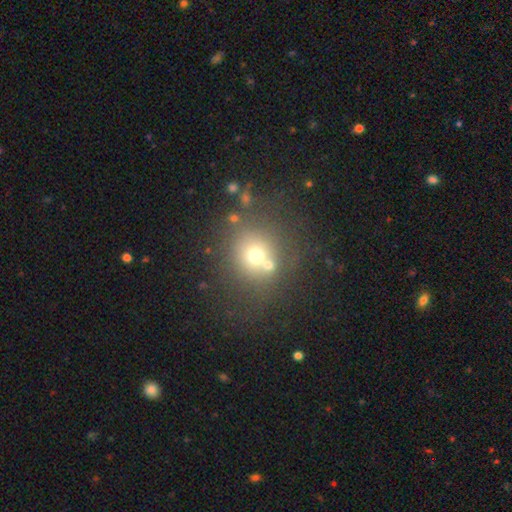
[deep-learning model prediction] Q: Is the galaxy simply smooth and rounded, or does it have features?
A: smooth — 65%.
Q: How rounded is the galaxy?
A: round — 87%.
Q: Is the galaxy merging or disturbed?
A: none — 61%.